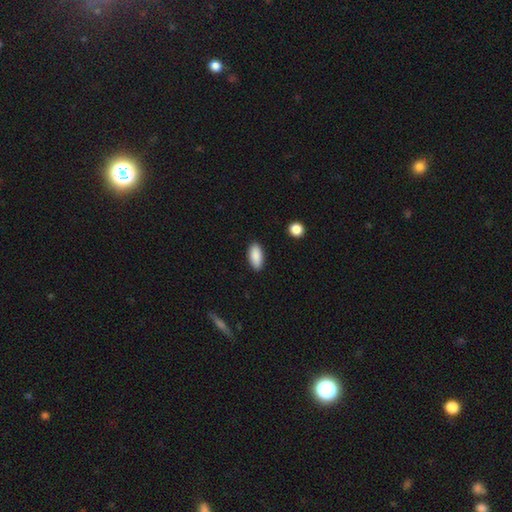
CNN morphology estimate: smooth 89%, star or artifact 7%, featured or disk 4%. Down the decision tree: how rounded — in between (90%); merging — none (88%).